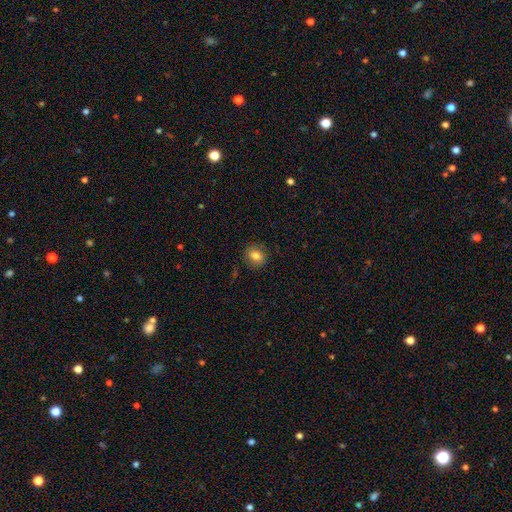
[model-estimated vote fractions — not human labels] Q: Smooth or featured?
A: smooth (80%); runner-up: star or artifact (10%)
Q: How rounded?
A: round (67%); runner-up: in between (32%)
Q: Merging?
A: none (87%); runner-up: minor disturbance (10%)